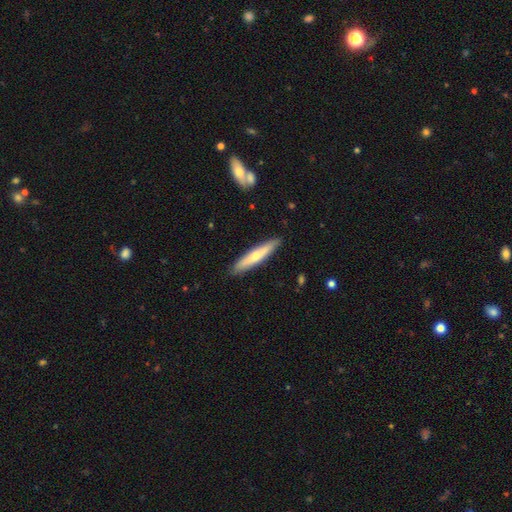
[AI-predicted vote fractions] Smooth or featured? smooth (49%)
Merging? none (89%)